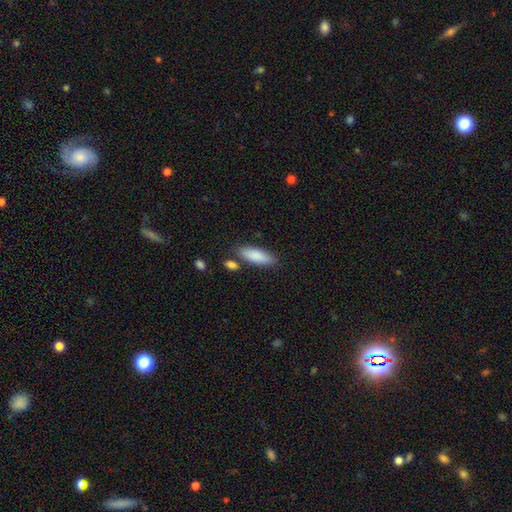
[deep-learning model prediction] smooth_or_featured: smooth (p=0.87) [alt: featured or disk p=0.07]
how_rounded: in between (p=0.62) [alt: cigar-shaped p=0.36]
merging: none (p=0.77) [alt: minor disturbance p=0.13]